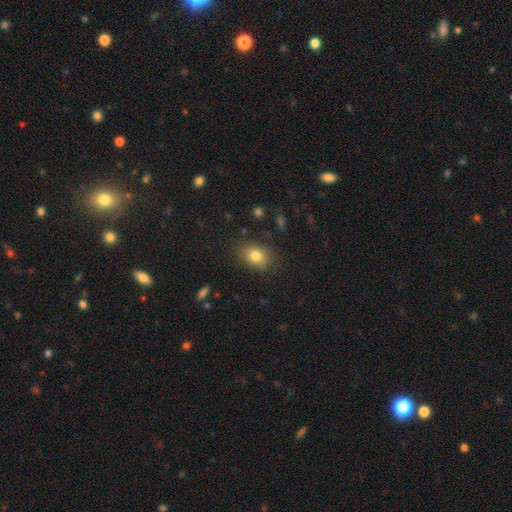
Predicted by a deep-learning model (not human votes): Overall: smooth (81%). How rounded: in between (67%; round 32%). Merging: none (82%).